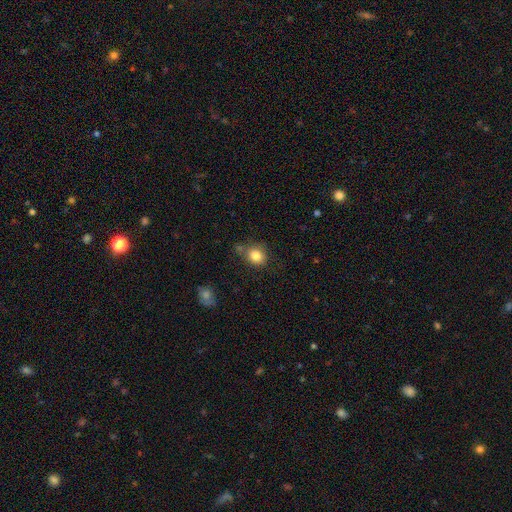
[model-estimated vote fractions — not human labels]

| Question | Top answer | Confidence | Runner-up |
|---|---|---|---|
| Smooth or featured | smooth | 84% | star or artifact (10%) |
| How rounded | round | 74% | in between (25%) |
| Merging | none | 68% | minor disturbance (18%) |